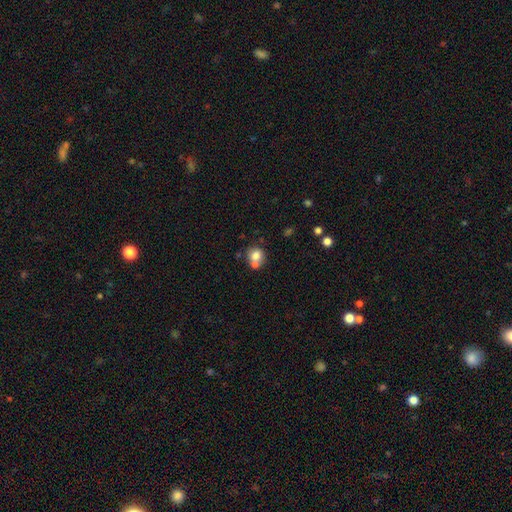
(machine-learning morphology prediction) Q: Smooth or featured?
A: smooth (76%); runner-up: featured or disk (14%)
Q: How rounded?
A: round (82%); runner-up: in between (18%)
Q: Merging?
A: none (48%); runner-up: merger (39%)